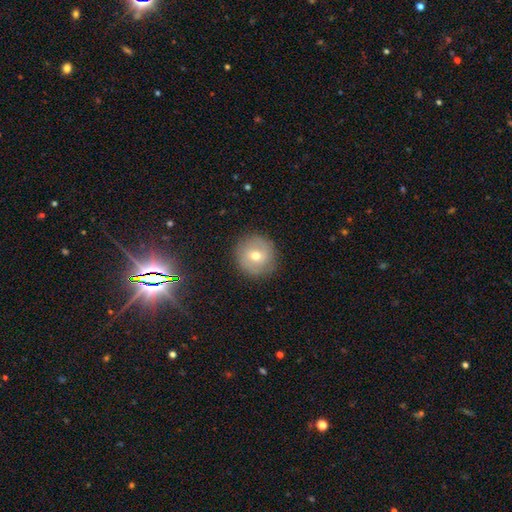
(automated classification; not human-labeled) smooth 60%, featured or disk 30%, star or artifact 10%. Down the decision tree: how rounded — round (94%); merging — none (87%).